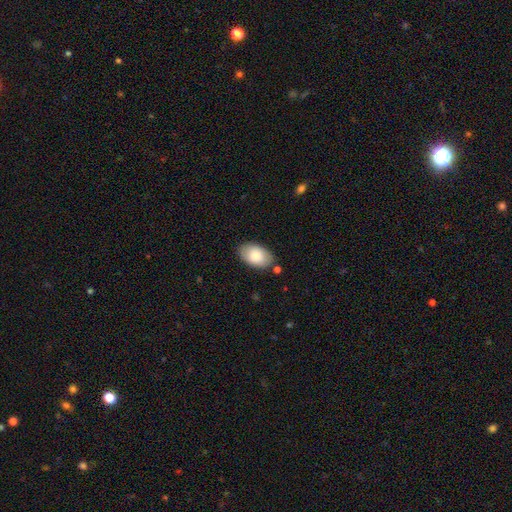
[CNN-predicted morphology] Overall: smooth (83%). How rounded: in between (93%). Merging: none (81%).